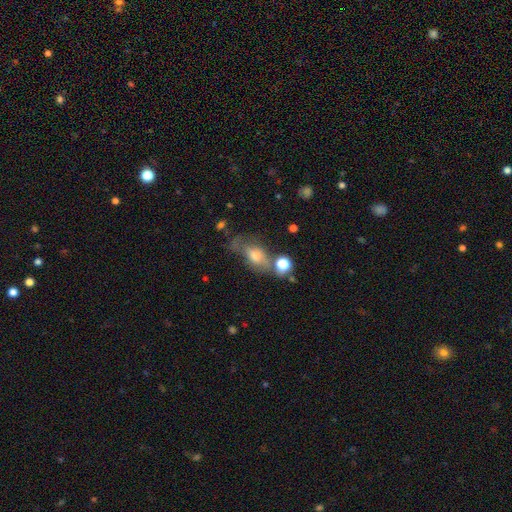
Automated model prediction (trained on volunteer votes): smooth-or-featured: smooth: 50% | featured or disk: 35% | star or artifact: 15%
  merging: none: 41% | minor disturbance: 24% | major disturbance: 19% | merger: 16%